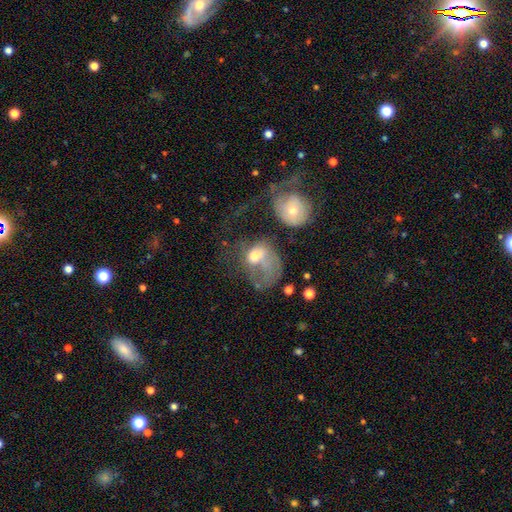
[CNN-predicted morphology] Q: Smooth or featured?
A: featured or disk (45%); runner-up: smooth (44%)
Q: Merging?
A: major disturbance (52%); runner-up: merger (24%)